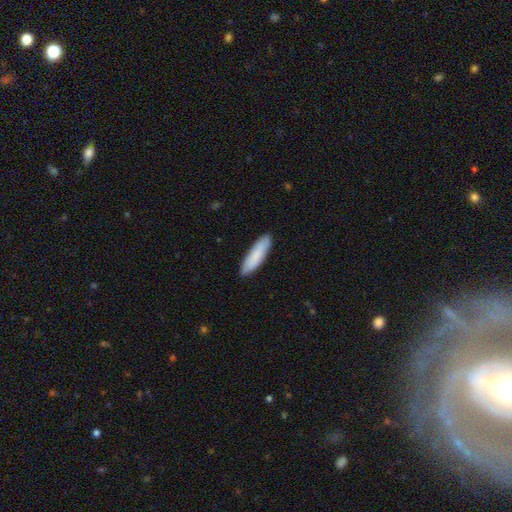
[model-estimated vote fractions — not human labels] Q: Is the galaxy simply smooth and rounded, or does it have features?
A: smooth — 84%.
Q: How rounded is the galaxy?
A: cigar-shaped — 65%.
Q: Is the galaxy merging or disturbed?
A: none — 87%.